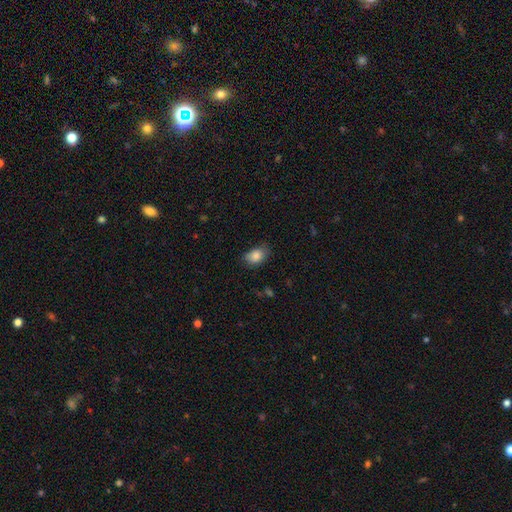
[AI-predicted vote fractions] smooth-or-featured: smooth: 85% | star or artifact: 8% | featured or disk: 7%
  how-rounded: in between: 81% | round: 18% | cigar-shaped: 1%
  merging: none: 67% | minor disturbance: 26% | major disturbance: 5% | merger: 1%